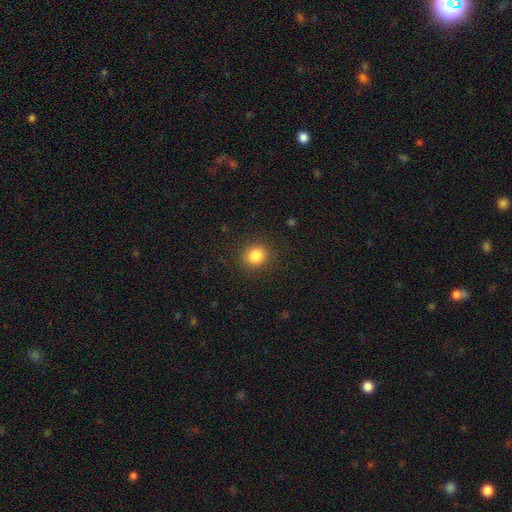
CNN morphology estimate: Smooth or featured? Predicted: smooth (p=0.84). How rounded? Predicted: round (p=0.85). Merging? Predicted: none (p=0.90).